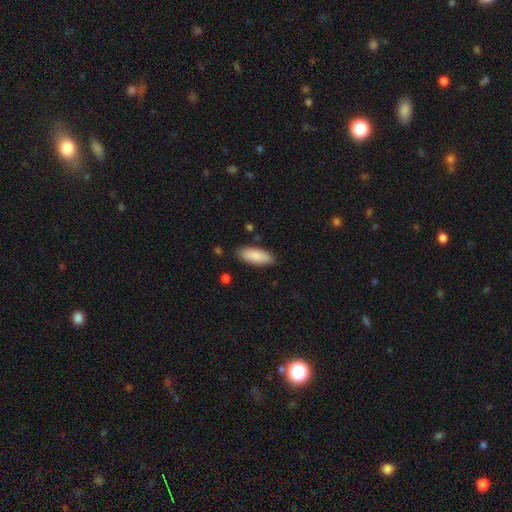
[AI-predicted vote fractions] smooth-or-featured: smooth: 87% | featured or disk: 7% | star or artifact: 6%
  how-rounded: in between: 77% | cigar-shaped: 21% | round: 2%
  merging: none: 86% | minor disturbance: 10% | major disturbance: 2% | merger: 2%